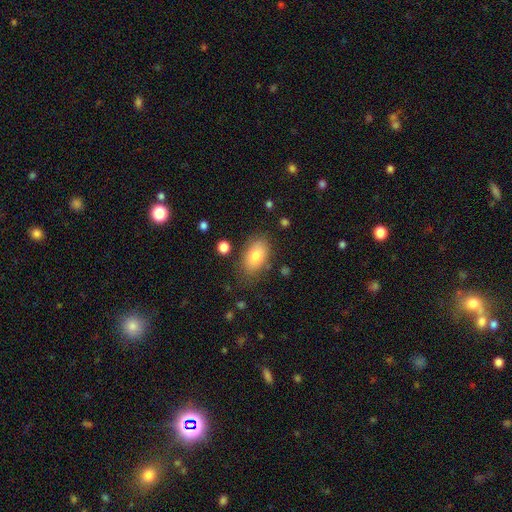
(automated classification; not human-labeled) Smooth or featured? smooth (78%)
How rounded? in between (90%)
Merging? none (76%)